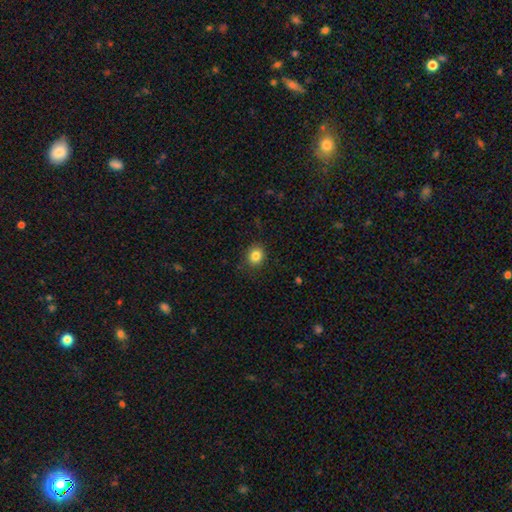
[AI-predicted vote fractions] Smooth or featured: smooth — 84% (star or artifact — 11%)
How rounded: round — 76% (in between — 23%)
Merging: none — 88% (minor disturbance — 9%)